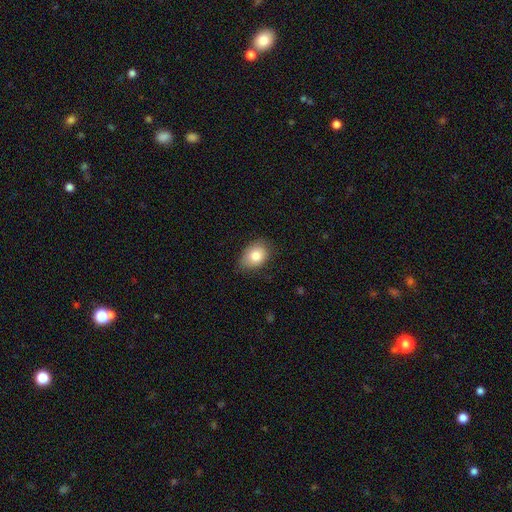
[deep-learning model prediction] A smooth galaxy with no disk features (82%) that is in between round and cigar-shaped (75%). Merging: none (72%).